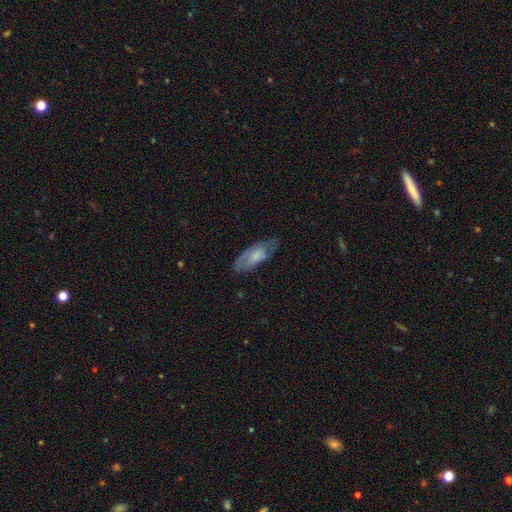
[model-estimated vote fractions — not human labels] Smooth or featured: smooth — 62% (featured or disk — 32%)
How rounded: in between — 77% (cigar-shaped — 21%)
Merging: none — 61% (minor disturbance — 27%)